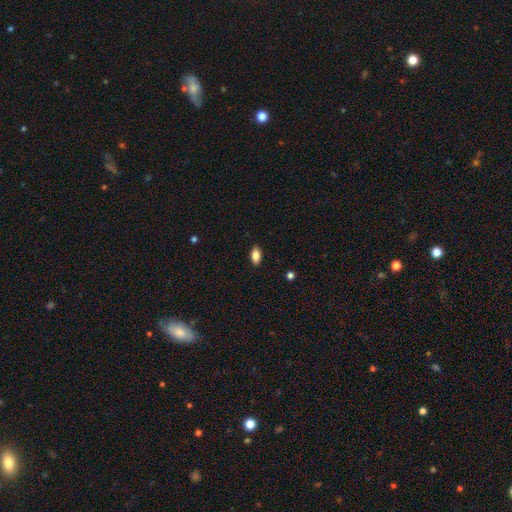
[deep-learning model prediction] smooth-or-featured: smooth: 83% | featured or disk: 9% | star or artifact: 8%
  how-rounded: in between: 90% | cigar-shaped: 7% | round: 4%
  merging: none: 89% | minor disturbance: 8% | major disturbance: 2% | merger: 1%